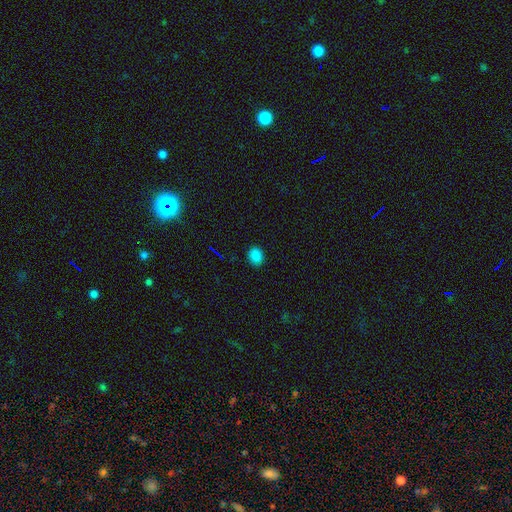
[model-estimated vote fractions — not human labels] Smooth or featured? smooth (83%)
How rounded? round (54%)
Merging? none (89%)